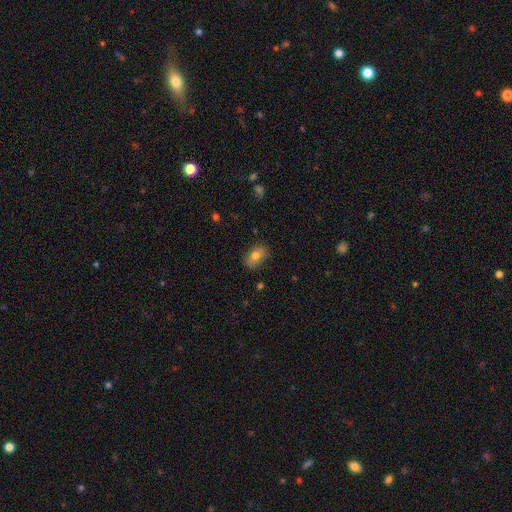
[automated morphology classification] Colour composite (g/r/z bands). It shows a smooth galaxy with no disk features (76%) that is in between round and cigar-shaped (85%). Merging: none (80%).